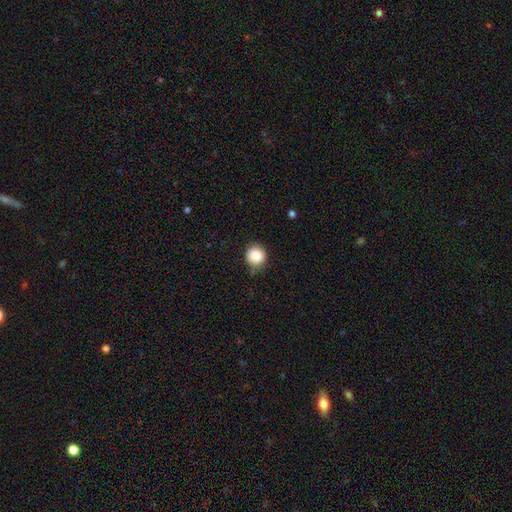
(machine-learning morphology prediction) type=smooth (87%); roundness=round (90%); merging=none (77%).